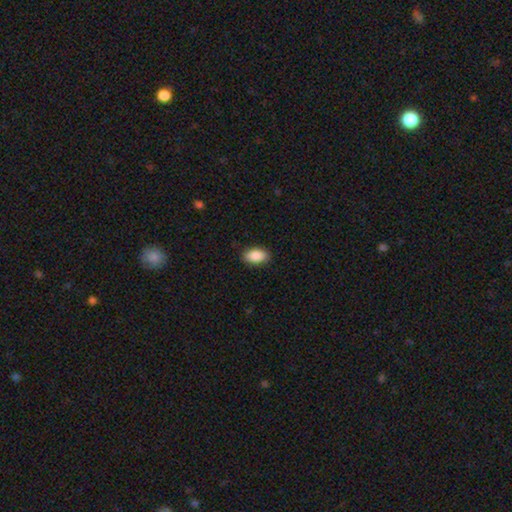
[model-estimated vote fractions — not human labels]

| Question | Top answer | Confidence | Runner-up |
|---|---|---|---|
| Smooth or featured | smooth | 88% | star or artifact (7%) |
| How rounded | in between | 93% | round (5%) |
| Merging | none | 89% | minor disturbance (8%) |